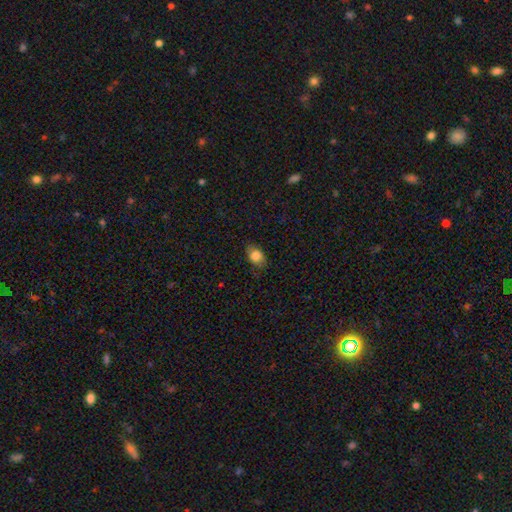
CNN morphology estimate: Smooth or featured? smooth (83%)
How rounded? in between (76%)
Merging? none (79%)